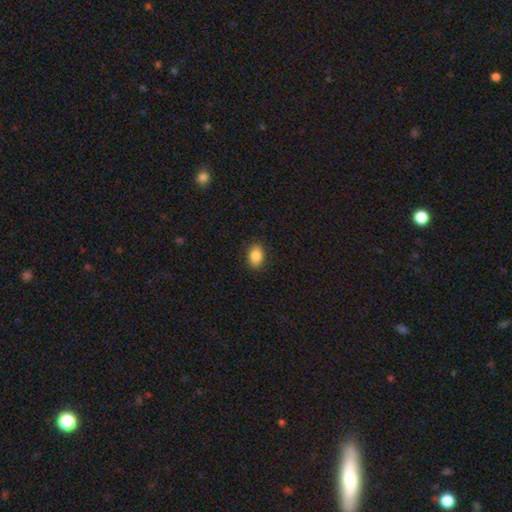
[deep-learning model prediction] Smooth or featured: smooth — 85% (star or artifact — 8%)
How rounded: in between — 82% (round — 17%)
Merging: none — 88% (minor disturbance — 9%)